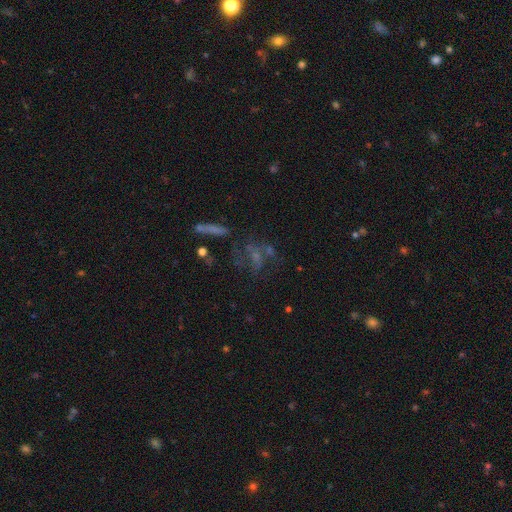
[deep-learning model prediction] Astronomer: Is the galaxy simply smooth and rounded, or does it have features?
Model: featured or disk — 42% (runner-up: star or artifact, 31%).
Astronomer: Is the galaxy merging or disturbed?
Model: none — 48% (runner-up: major disturbance, 24%).